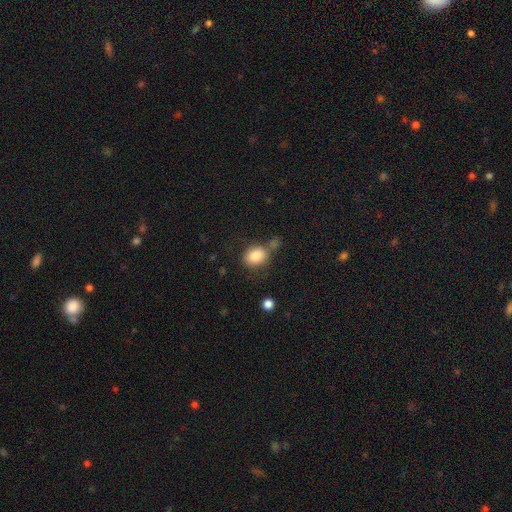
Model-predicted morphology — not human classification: This is clearly a smooth galaxy (85%). How rounded: possibly in between (53%). Merging: possibly none (56%).